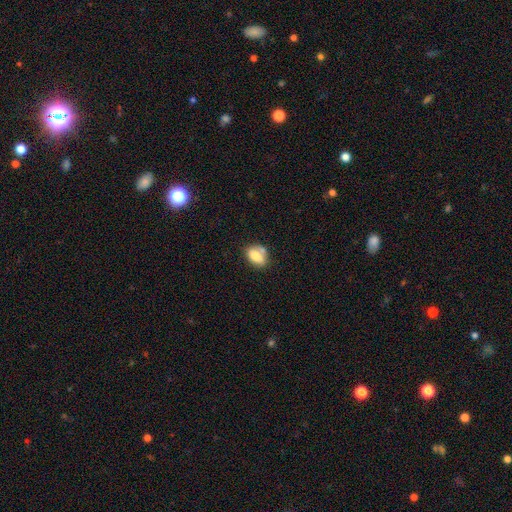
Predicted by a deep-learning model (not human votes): smooth_or_featured: smooth (p=0.77) [alt: featured or disk p=0.15]
how_rounded: in between (p=0.83) [alt: round p=0.14]
merging: none (p=0.48) [alt: merger p=0.26]